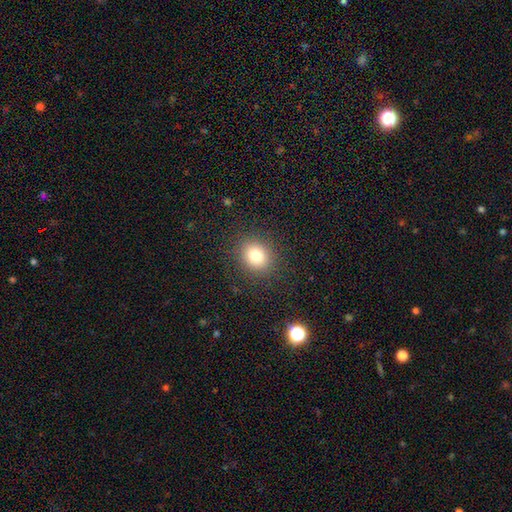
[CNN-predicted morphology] Smooth or featured: smooth — 78% (star or artifact — 13%)
How rounded: round — 74% (in between — 25%)
Merging: none — 88% (minor disturbance — 7%)